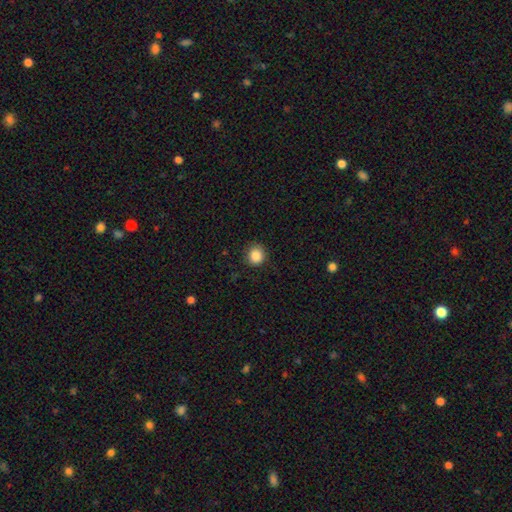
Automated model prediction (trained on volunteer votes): Morphology: type=smooth (87%); roundness=round (88%); merging=none (86%).